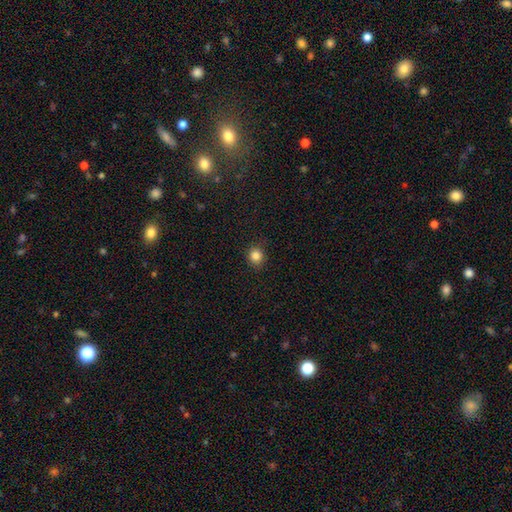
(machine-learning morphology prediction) Smooth or featured: smooth — 85% (star or artifact — 11%)
How rounded: round — 84% (in between — 15%)
Merging: none — 88% (minor disturbance — 8%)